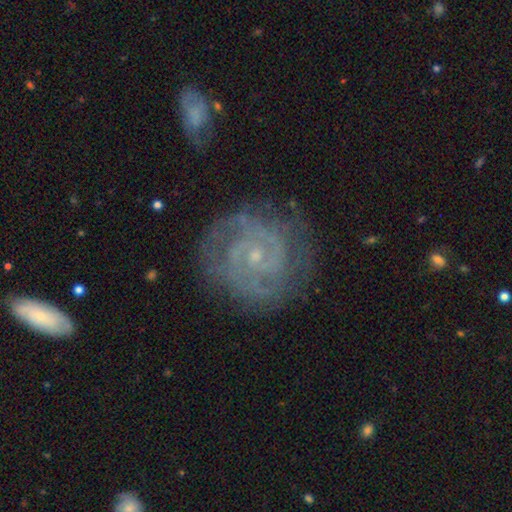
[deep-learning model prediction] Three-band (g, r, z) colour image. It shows a featured or disk galaxy (87%) with no bar (68%), 2 (50%) tight (69%) spiral arms (96%) and a small central bulge (82%). Merging: none (77%).